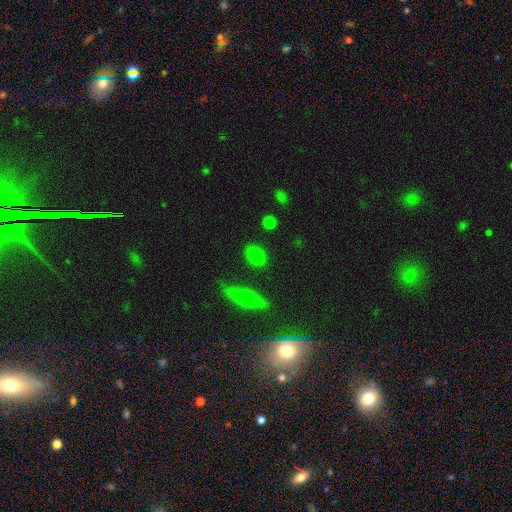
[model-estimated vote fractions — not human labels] smooth_or_featured: smooth (p=0.81) [alt: featured or disk p=0.10]
how_rounded: in between (p=0.70) [alt: round p=0.24]
merging: none (p=0.86) [alt: minor disturbance p=0.10]